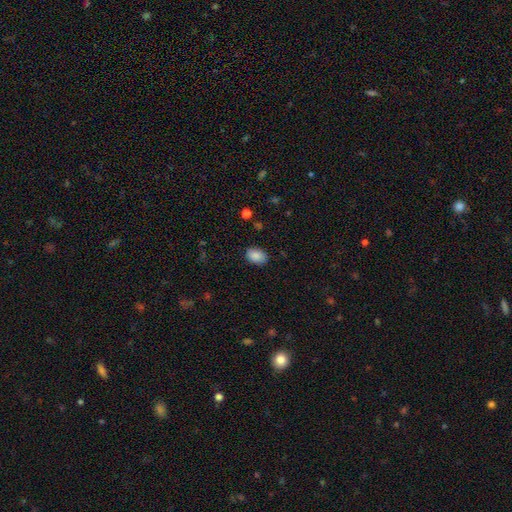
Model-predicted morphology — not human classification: The model was most divided on "how rounded": in between: 84%, round: 14%, cigar-shaped: 1%. More confident: smooth or featured — smooth (88%); merging — none (86%).